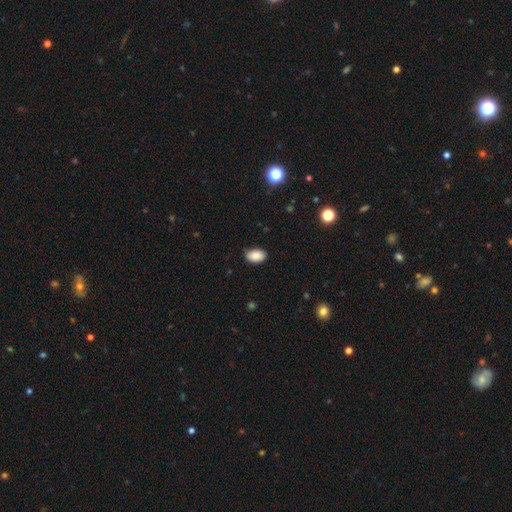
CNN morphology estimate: smooth 89%, star or artifact 8%, featured or disk 4%. Down the decision tree: how rounded — in between (90%); merging — none (84%).